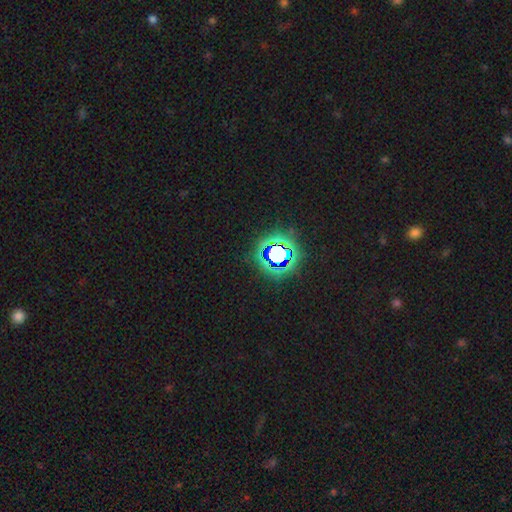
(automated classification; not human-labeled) Overall: star or artifact (80%).